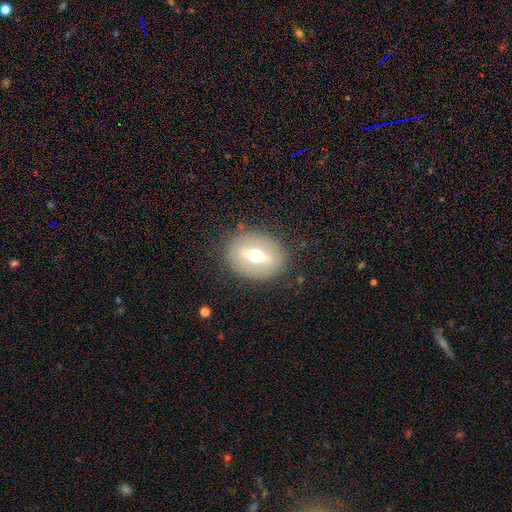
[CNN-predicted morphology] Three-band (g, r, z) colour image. It shows a featured or disk galaxy (55%). Merging: none (84%).